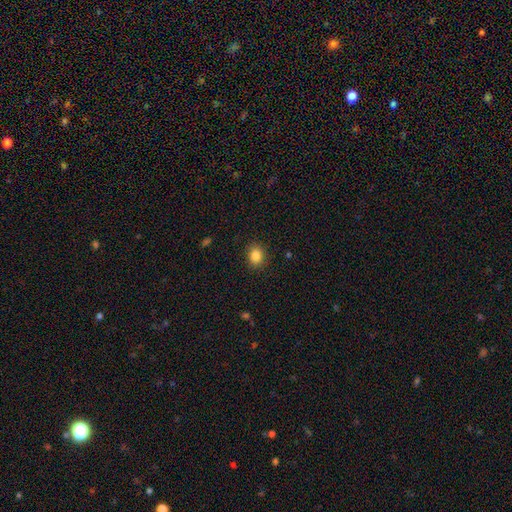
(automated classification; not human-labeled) This appears to be a smooth galaxy with no disk features (85%) that is round (55%). Merging: none (89%).